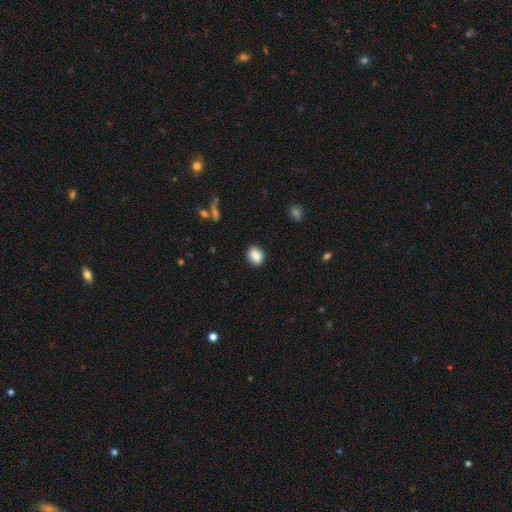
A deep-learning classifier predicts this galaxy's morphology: Q: Smooth or featured?
A: smooth (86%); runner-up: star or artifact (9%)
Q: How rounded?
A: round (58%); runner-up: in between (41%)
Q: Merging?
A: none (87%); runner-up: minor disturbance (9%)